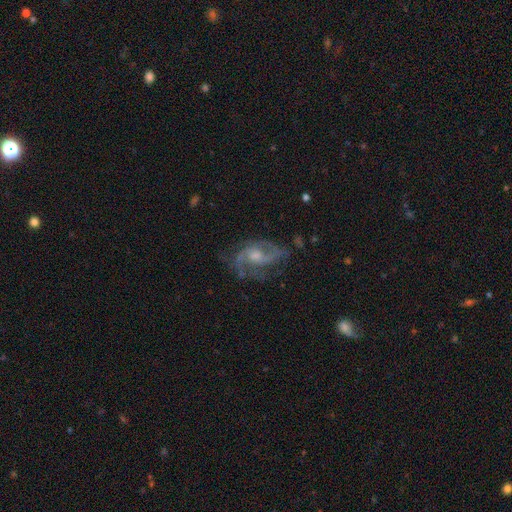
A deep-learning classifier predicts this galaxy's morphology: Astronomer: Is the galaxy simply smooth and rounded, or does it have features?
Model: featured or disk — 82%.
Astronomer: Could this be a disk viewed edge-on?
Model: no — 96%.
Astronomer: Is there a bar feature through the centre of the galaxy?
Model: no — 52% (runner-up: weak, 40%).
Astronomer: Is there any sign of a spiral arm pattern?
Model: yes — 93%.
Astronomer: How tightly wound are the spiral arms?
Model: medium — 50% (runner-up: loose, 33%).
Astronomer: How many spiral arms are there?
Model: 2 — 69%.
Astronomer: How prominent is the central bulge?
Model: moderate — 50% (runner-up: small, 34%).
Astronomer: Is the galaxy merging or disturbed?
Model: none — 63%.